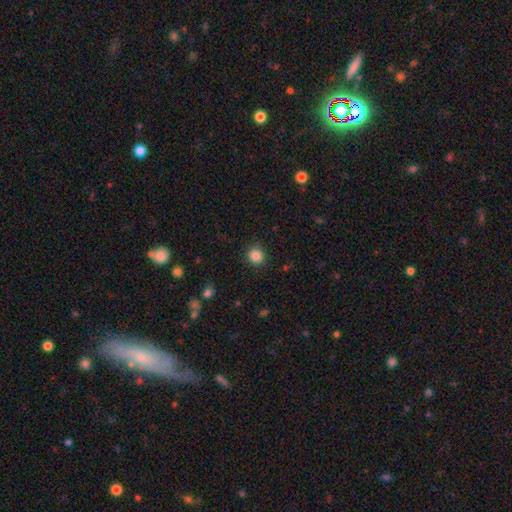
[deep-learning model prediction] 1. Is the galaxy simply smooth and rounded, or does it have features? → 86% smooth, 10% star or artifact, 4% featured or disk.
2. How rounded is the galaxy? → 84% round, 15% in between, 1% cigar-shaped.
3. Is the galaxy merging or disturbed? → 88% none, 8% minor disturbance, 3% major disturbance, 1% merger.